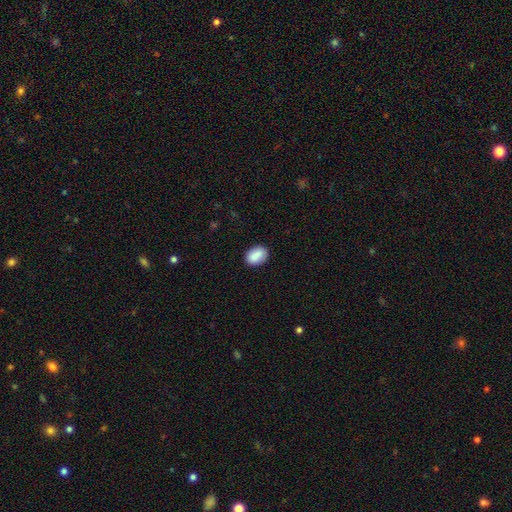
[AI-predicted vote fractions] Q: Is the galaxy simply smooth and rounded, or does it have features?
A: smooth — 88%.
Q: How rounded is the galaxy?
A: in between — 81%.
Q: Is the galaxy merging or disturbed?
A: none — 85%.